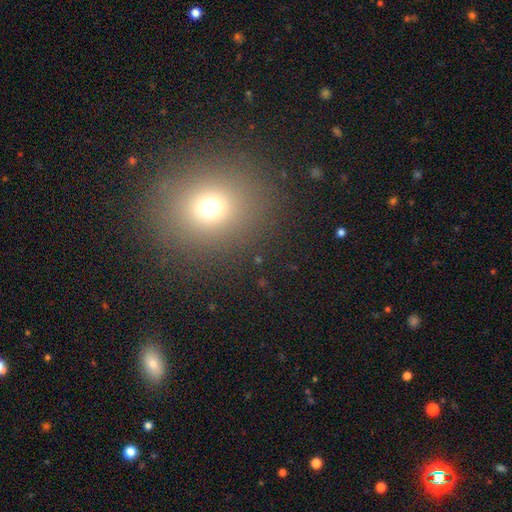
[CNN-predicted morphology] Overall: smooth (64%; star or artifact 27%). How rounded: round (74%). Merging: none (90%).